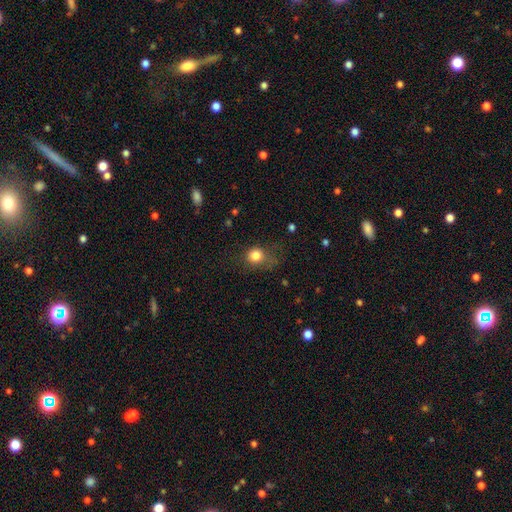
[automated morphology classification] type=smooth (81%); roundness=round (73%); merging=none (50%).